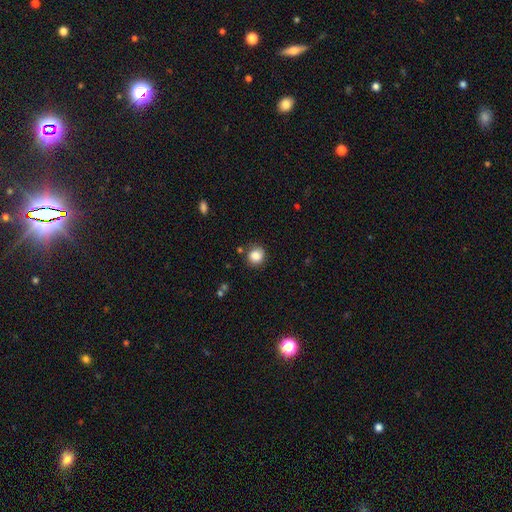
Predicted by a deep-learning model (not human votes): smooth-or-featured: smooth: 86% | star or artifact: 10% | featured or disk: 4%
  how-rounded: round: 82% | in between: 17% | cigar-shaped: 1%
  merging: none: 80% | minor disturbance: 13% | major disturbance: 4% | merger: 3%